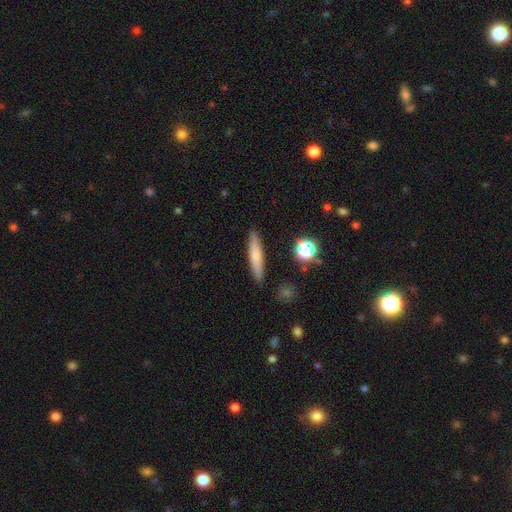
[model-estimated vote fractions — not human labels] A smooth galaxy with no disk features (69%) that is cigar-shaped (87%). Merging: none (89%).